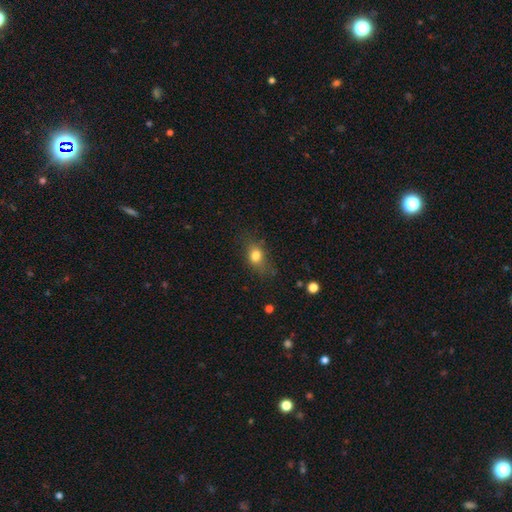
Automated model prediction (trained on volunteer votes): The model was most divided on "how rounded": in between: 62%, round: 34%, cigar-shaped: 4%. More confident: smooth or featured — smooth (78%); merging — none (67%).